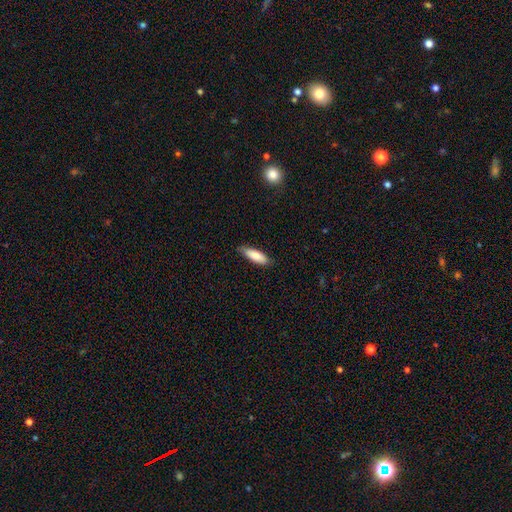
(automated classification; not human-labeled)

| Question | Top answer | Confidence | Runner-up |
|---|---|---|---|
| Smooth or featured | smooth | 83% | featured or disk (11%) |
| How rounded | in between | 54% | cigar-shaped (45%) |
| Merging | none | 78% | minor disturbance (18%) |